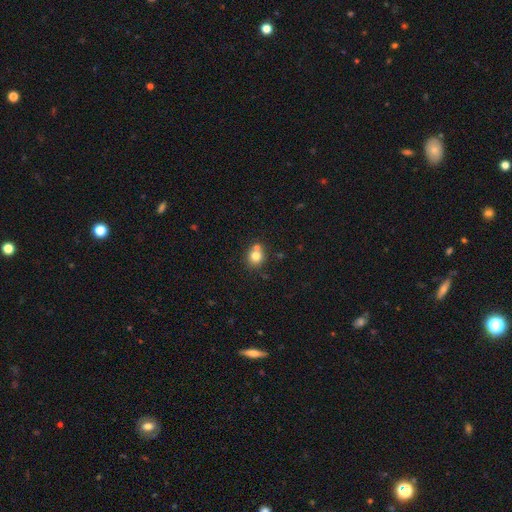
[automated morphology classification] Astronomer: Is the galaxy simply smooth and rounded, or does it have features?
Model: smooth — 78%.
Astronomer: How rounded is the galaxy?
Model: round — 85%.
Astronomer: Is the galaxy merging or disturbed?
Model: none — 58%.